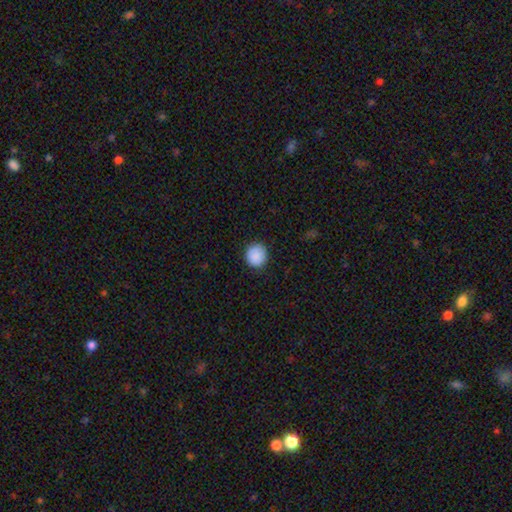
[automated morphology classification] This appears to be a smooth galaxy with no disk features (90%) that is round (92%). Merging: none (89%).